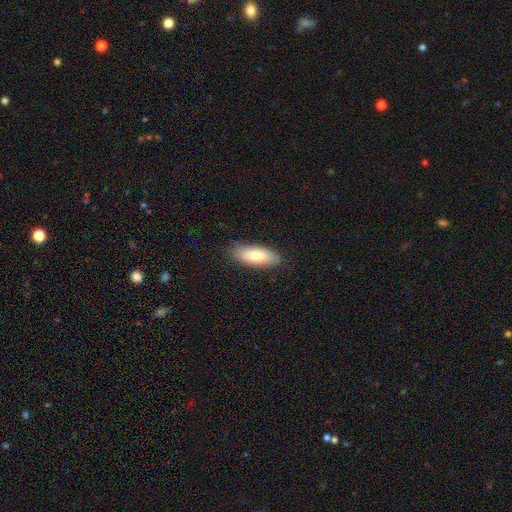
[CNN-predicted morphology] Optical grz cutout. It shows a smooth galaxy with no disk features (78%) that is in between round and cigar-shaped (75%). Merging: none (84%).